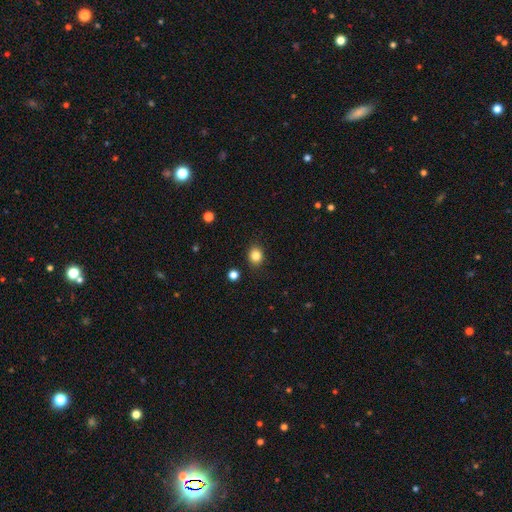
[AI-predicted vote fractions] Smooth or featured: smooth — 83% (star or artifact — 11%)
How rounded: round — 62% (in between — 37%)
Merging: none — 87% (minor disturbance — 9%)